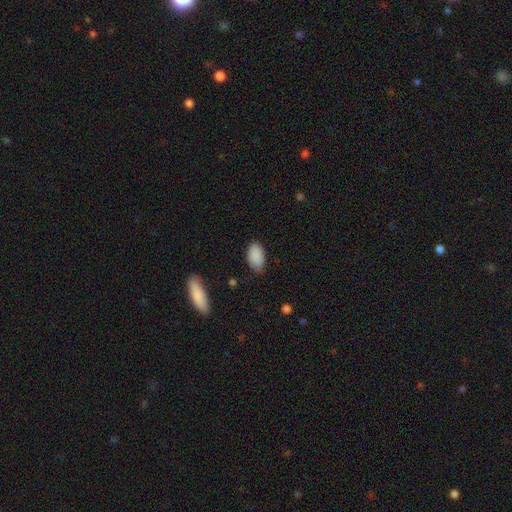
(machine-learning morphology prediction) smooth 88%, star or artifact 7%, featured or disk 4%. Down the decision tree: how rounded — in between (93%); merging — none (77%).